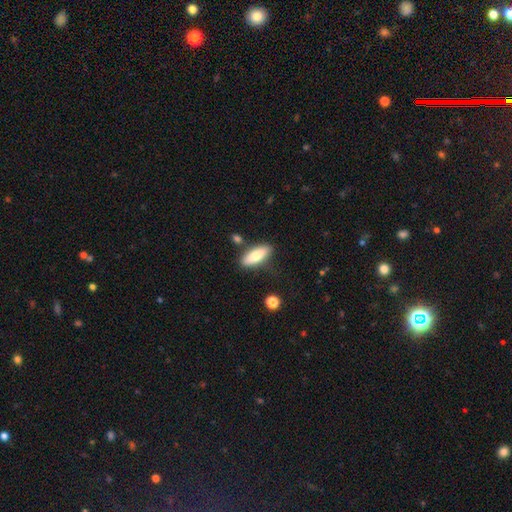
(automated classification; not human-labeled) smooth 73%, featured or disk 21%, star or artifact 6%. Down the decision tree: how rounded — in between (67%); merging — none (78%).